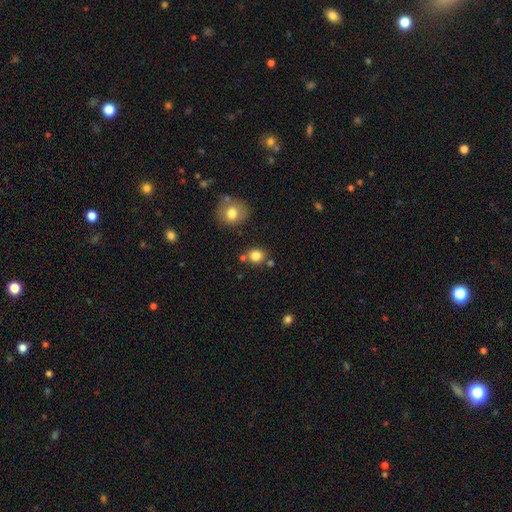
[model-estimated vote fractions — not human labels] This is clearly a smooth galaxy (82%). How rounded: likely round (75%). Merging: likely none (74%).